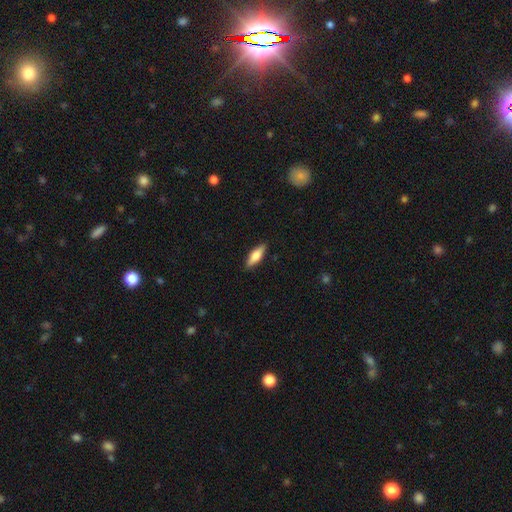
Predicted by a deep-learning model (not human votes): Morphology: type=smooth (71%); roundness=in between (55%); merging=none (88%).